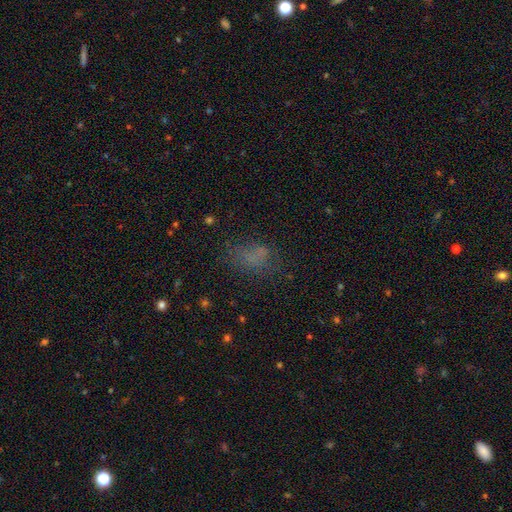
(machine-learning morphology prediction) A smooth galaxy with no disk features (62%) that is in between round and cigar-shaped (80%).

Vote fractions:
- Smooth or featured? smooth: 62% / star or artifact: 24% / featured or disk: 15%
- How rounded? in between: 80% / round: 15% / cigar-shaped: 5%
- Merging? none: 54% / minor disturbance: 22% / major disturbance: 20% / merger: 4%